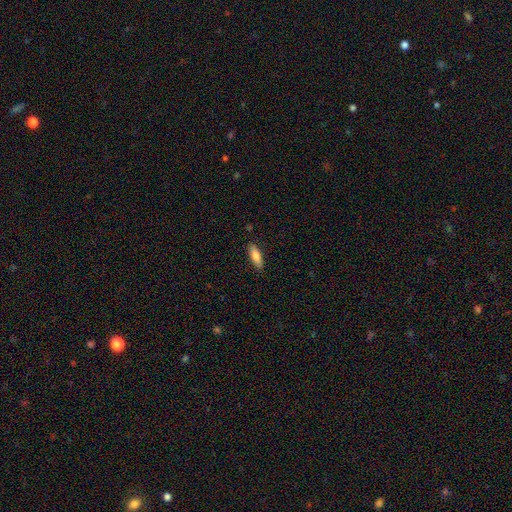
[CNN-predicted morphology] smooth-or-featured: smooth: 83% | featured or disk: 11% | star or artifact: 6%
  how-rounded: in between: 54% | cigar-shaped: 44% | round: 2%
  merging: none: 86% | minor disturbance: 11% | major disturbance: 2% | merger: 1%